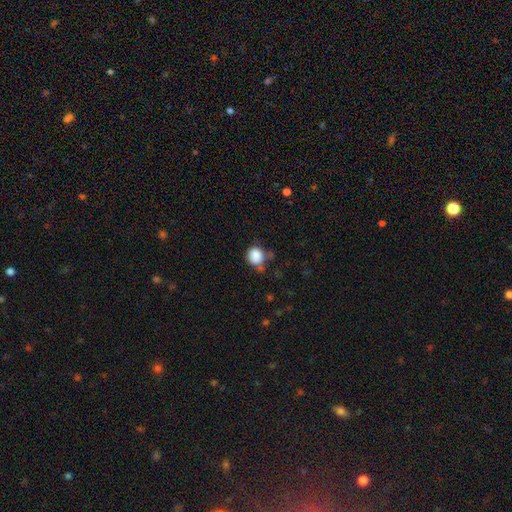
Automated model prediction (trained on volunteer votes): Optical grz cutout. It shows a smooth galaxy with no disk features (86%) that is round (81%). Merging: none (59%).